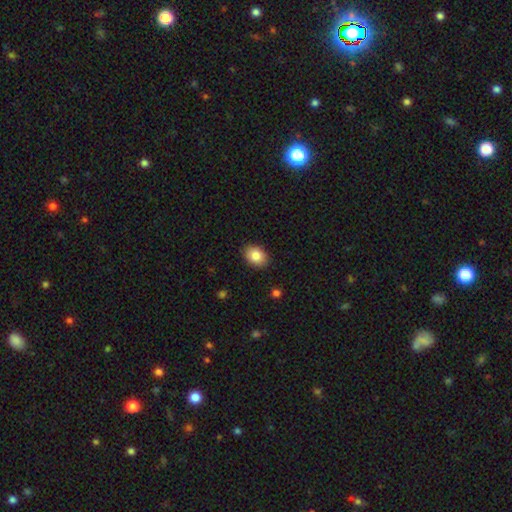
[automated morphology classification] A smooth galaxy with no disk features (84%) that is in between round and cigar-shaped (71%).

Vote fractions:
- Smooth or featured? smooth: 84% / star or artifact: 8% / featured or disk: 8%
- How rounded? in between: 71% / round: 28% / cigar-shaped: 1%
- Merging? none: 89% / minor disturbance: 8% / major disturbance: 2% / merger: 1%